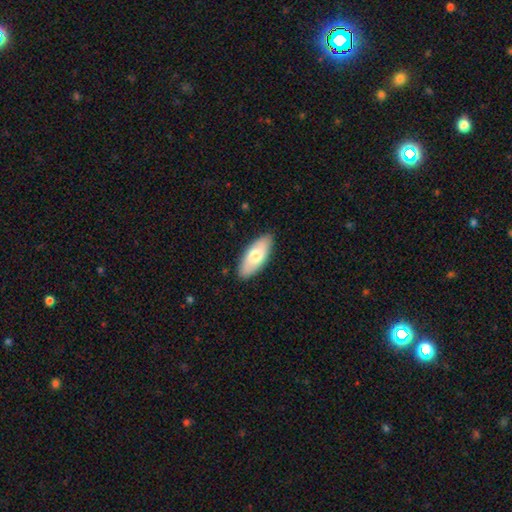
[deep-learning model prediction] smooth_or_featured: smooth (p=0.70) [alt: featured or disk p=0.25]
how_rounded: in between (p=0.82) [alt: cigar-shaped p=0.16]
merging: none (p=0.87) [alt: minor disturbance p=0.10]